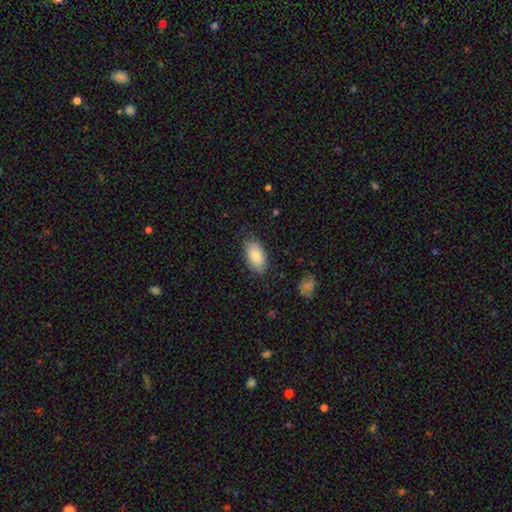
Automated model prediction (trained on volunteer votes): smooth 85%, featured or disk 9%, star or artifact 6%. Down the decision tree: how rounded — in between (94%); merging — none (79%).